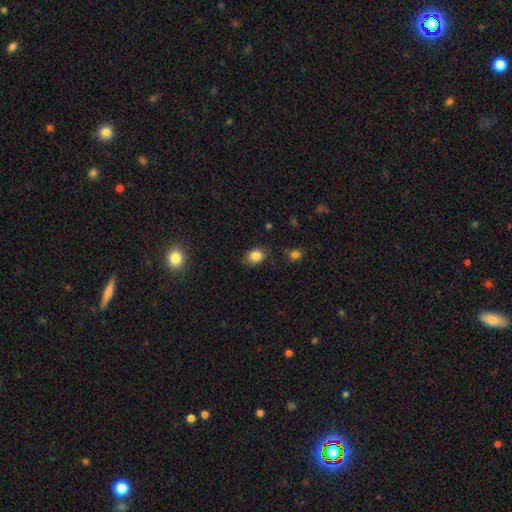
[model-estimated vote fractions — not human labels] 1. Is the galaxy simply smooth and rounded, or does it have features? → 83% smooth, 10% star or artifact, 7% featured or disk.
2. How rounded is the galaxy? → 61% in between, 38% round, 1% cigar-shaped.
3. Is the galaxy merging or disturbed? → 78% none, 17% minor disturbance, 3% major disturbance, 2% merger.